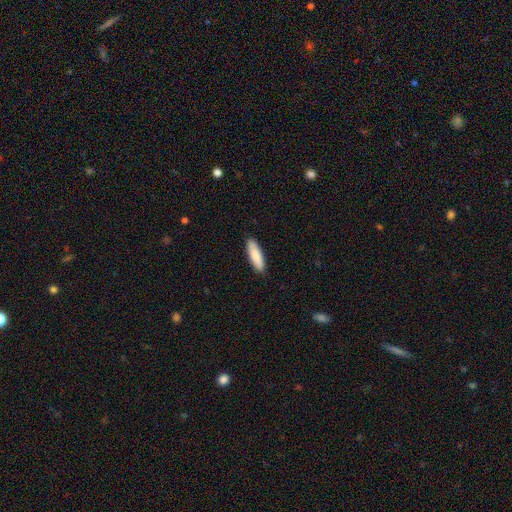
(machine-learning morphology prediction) A smooth galaxy with no disk features (86%) that is cigar-shaped (56%). Merging: none (90%).